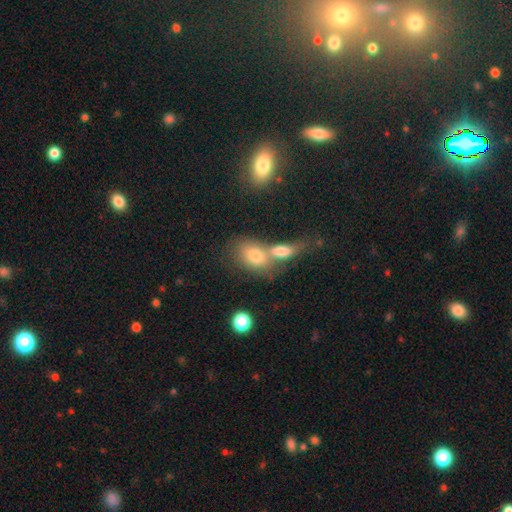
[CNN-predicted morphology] type=smooth (75%); roundness=in between (81%); merging=merger (53%).